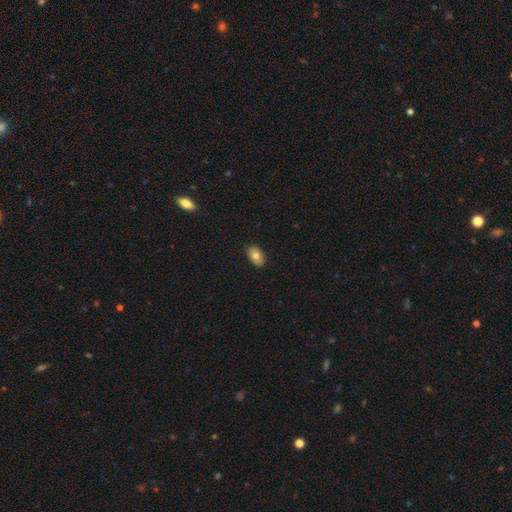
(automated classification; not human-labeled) smooth-or-featured: smooth: 77% | featured or disk: 15% | star or artifact: 7%
  how-rounded: in between: 90% | round: 8% | cigar-shaped: 1%
  merging: none: 88% | minor disturbance: 9% | major disturbance: 2% | merger: 1%